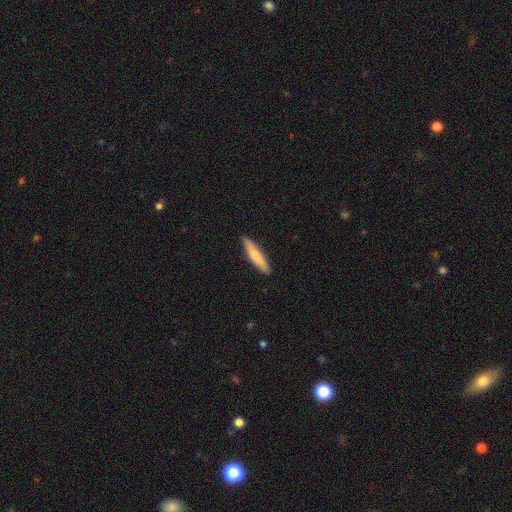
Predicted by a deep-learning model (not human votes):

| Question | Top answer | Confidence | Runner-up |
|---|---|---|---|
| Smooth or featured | smooth | 73% | featured or disk (22%) |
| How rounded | cigar-shaped | 89% | in between (10%) |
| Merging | none | 89% | minor disturbance (8%) |